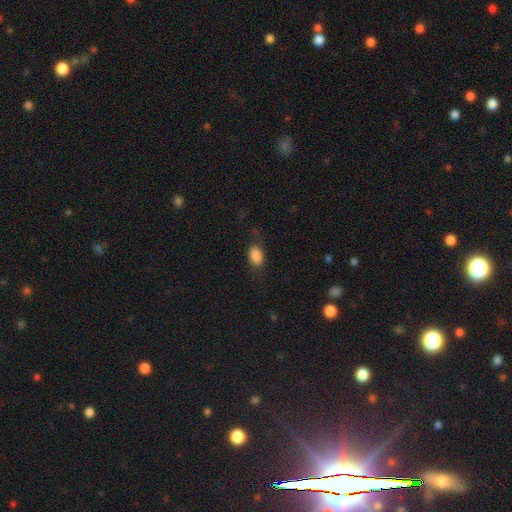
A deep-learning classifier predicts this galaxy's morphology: Smooth or featured? smooth (86%)
How rounded? in between (85%)
Merging? none (74%)